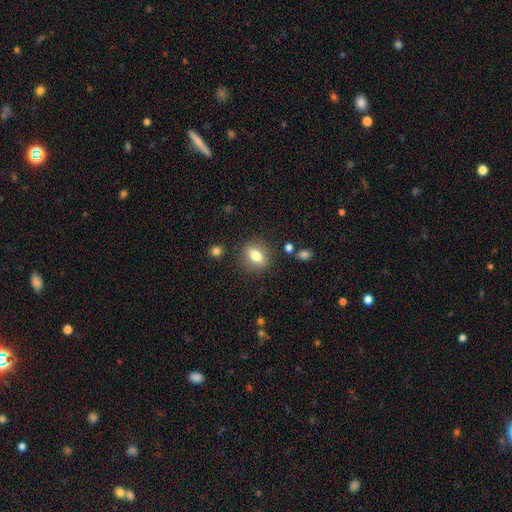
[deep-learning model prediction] Smooth or featured: smooth — 73% (featured or disk — 18%)
How rounded: in between — 64% (round — 28%)
Merging: none — 83% (minor disturbance — 10%)